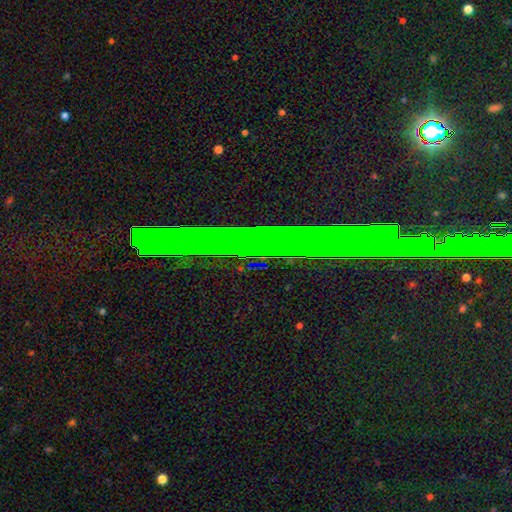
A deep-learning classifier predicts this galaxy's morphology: type=star or artifact (64%).